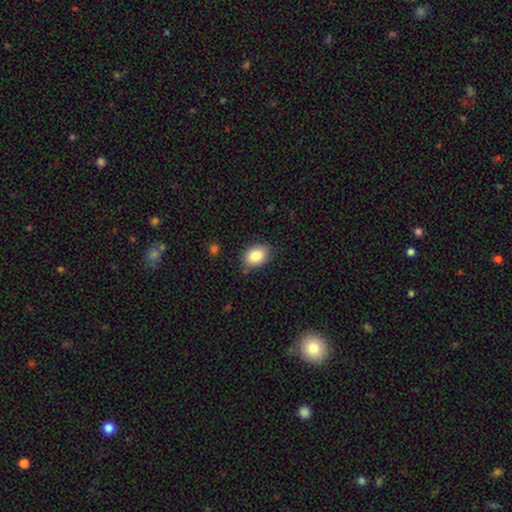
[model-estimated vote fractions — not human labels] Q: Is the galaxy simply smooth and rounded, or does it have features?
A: smooth — 85%.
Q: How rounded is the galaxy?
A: in between — 79%.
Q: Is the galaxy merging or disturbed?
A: none — 83%.